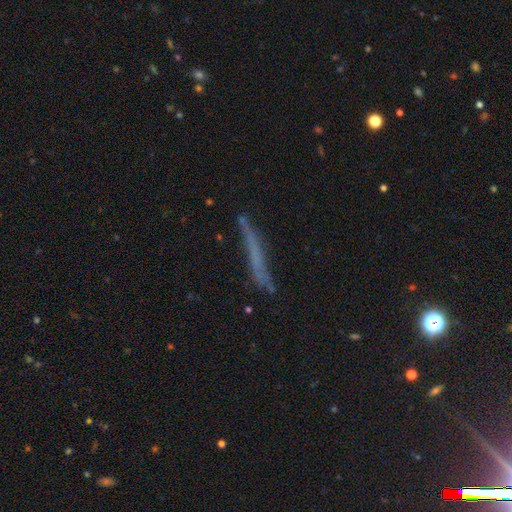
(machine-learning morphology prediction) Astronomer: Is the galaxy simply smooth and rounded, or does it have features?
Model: smooth — 45% (runner-up: featured or disk, 44%).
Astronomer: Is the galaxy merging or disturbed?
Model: none — 74%.